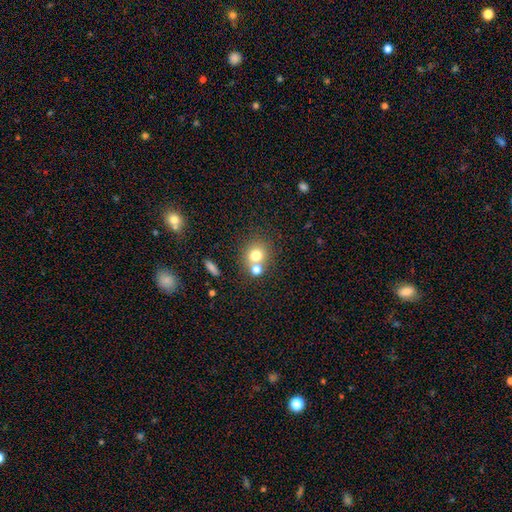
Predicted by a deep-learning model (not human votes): A smooth galaxy with no disk features (74%) that is round (83%). Merging: none (50%).